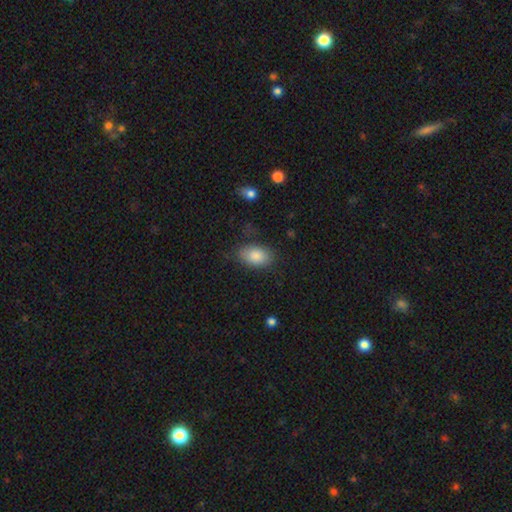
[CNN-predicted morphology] smooth_or_featured: smooth (p=0.85) [alt: star or artifact p=0.07]
how_rounded: in between (p=0.90) [alt: round p=0.08]
merging: none (p=0.79) [alt: minor disturbance p=0.16]